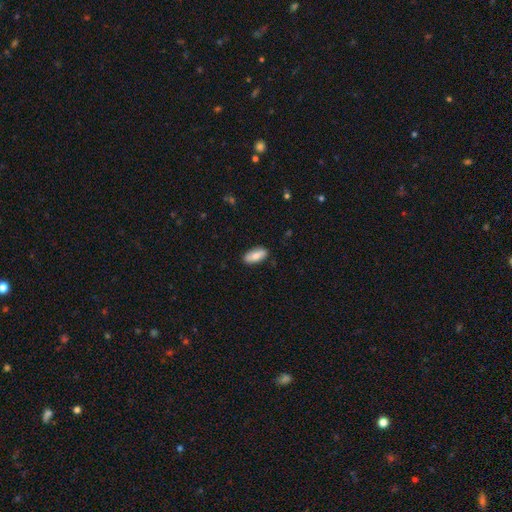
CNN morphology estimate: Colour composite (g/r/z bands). It shows a smooth galaxy with no disk features (76%) that is in between round and cigar-shaped (83%). Merging: none (87%).